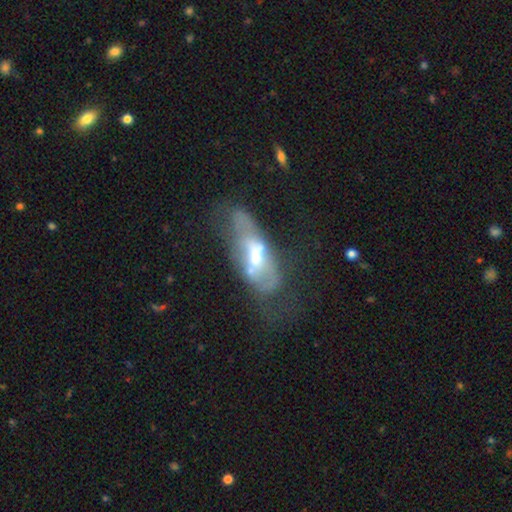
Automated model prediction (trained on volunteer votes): Overall: featured or disk (56%; smooth 35%). Edge-on disk: no (82%). Merging: major disturbance (35%; none 28%).